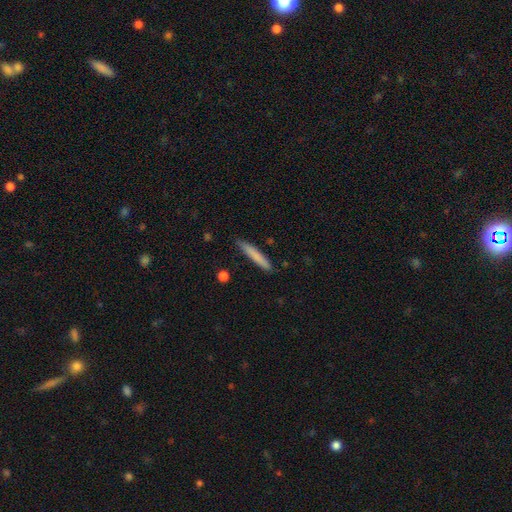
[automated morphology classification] smooth_or_featured: smooth (p=0.78) [alt: featured or disk p=0.16]
how_rounded: cigar-shaped (p=0.95) [alt: in between p=0.04]
merging: none (p=0.87) [alt: minor disturbance p=0.10]